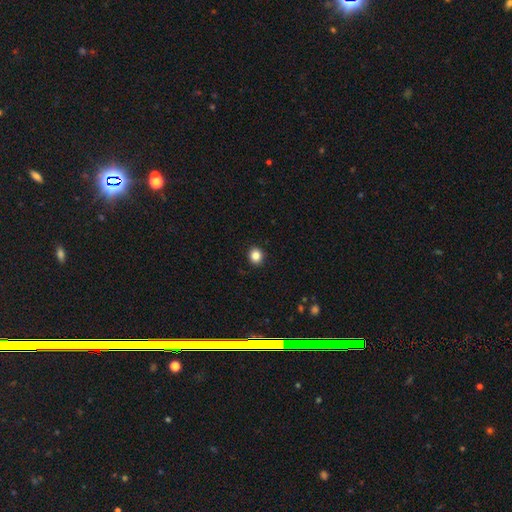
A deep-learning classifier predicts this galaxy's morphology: smooth 85%, star or artifact 10%, featured or disk 5%. Down the decision tree: how rounded — round (77%); merging — none (92%).